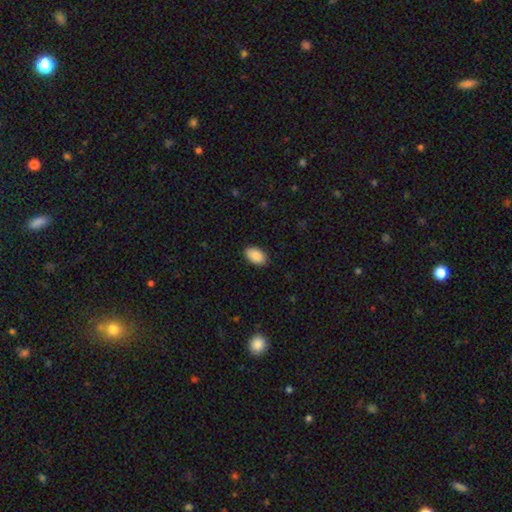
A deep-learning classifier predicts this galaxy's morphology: smooth-or-featured: smooth: 90% | star or artifact: 6% | featured or disk: 4%
  how-rounded: in between: 93% | round: 6% | cigar-shaped: 1%
  merging: none: 86% | minor disturbance: 11% | major disturbance: 2% | merger: 1%